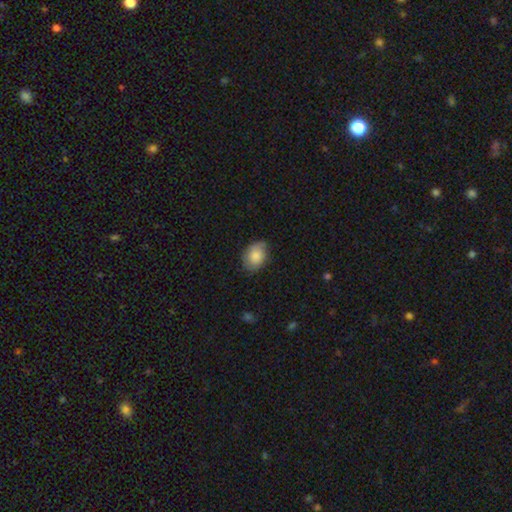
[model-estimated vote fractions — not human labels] Smooth or featured? smooth (81%)
How rounded? in between (72%)
Merging? none (69%)